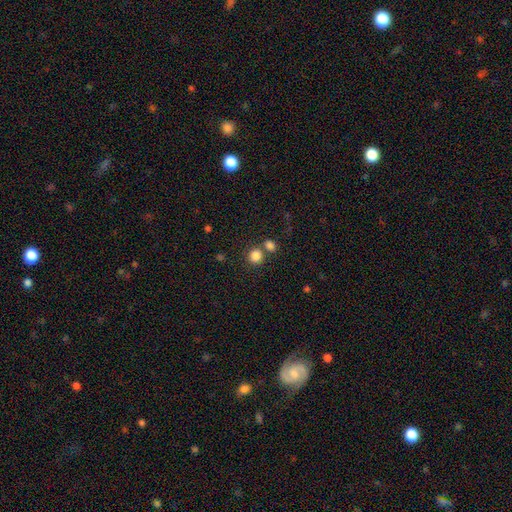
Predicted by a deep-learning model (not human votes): Smooth or featured? smooth (83%)
How rounded? round (84%)
Merging? none (63%)